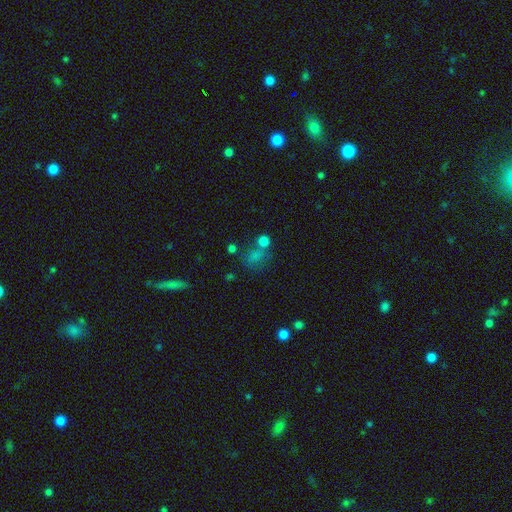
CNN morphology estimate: A smooth galaxy with no disk features (68%) that is round (60%).

Vote fractions:
- Smooth or featured? smooth: 68% / star or artifact: 22% / featured or disk: 10%
- How rounded? round: 60% / in between: 38% / cigar-shaped: 2%
- Merging? none: 49% / merger: 23% / minor disturbance: 16% / major disturbance: 12%